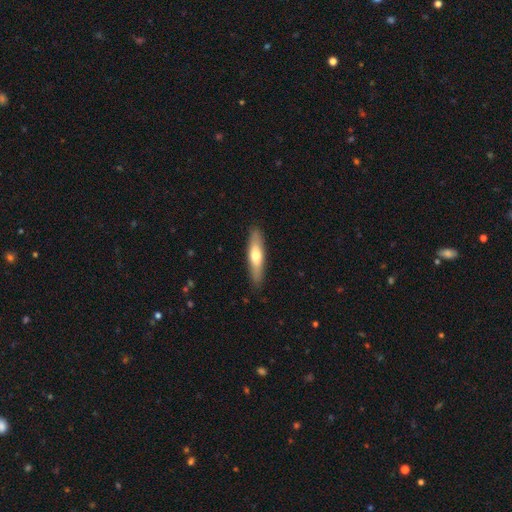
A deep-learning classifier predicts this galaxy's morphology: Overall: smooth (59%; featured or disk 35%). How rounded: cigar-shaped (73%). Merging: none (87%).